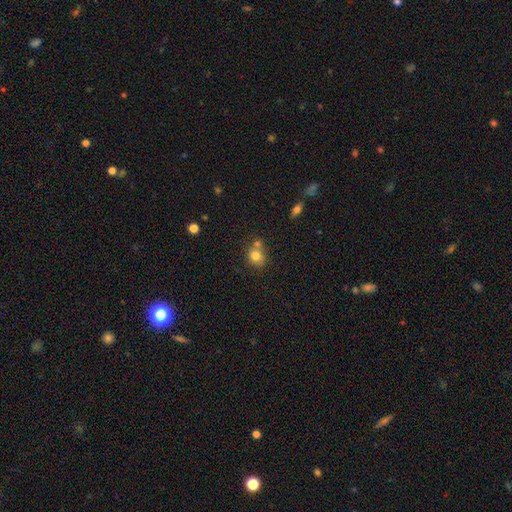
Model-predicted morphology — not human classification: Q: Smooth or featured?
A: smooth (79%); runner-up: star or artifact (11%)
Q: How rounded?
A: round (73%); runner-up: in between (26%)
Q: Merging?
A: none (53%); runner-up: merger (30%)